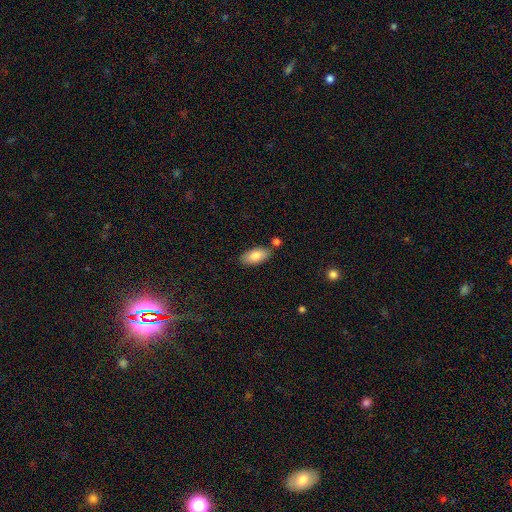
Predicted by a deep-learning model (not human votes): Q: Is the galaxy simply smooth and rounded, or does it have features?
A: smooth — 85%.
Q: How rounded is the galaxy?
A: in between — 92%.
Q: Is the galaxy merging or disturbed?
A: none — 77%.